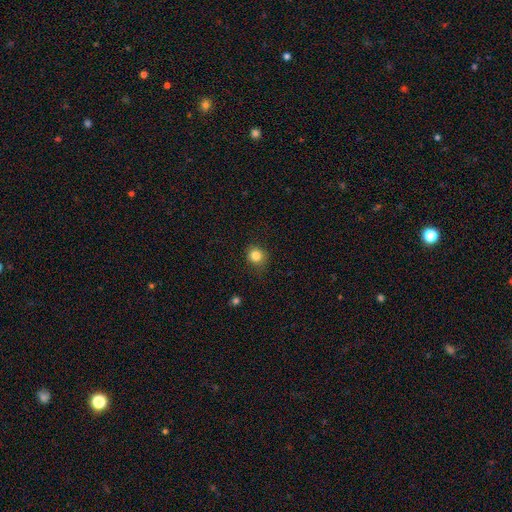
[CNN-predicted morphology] This is clearly a smooth galaxy (84%). How rounded: clearly round (87%). Merging: clearly none (80%).